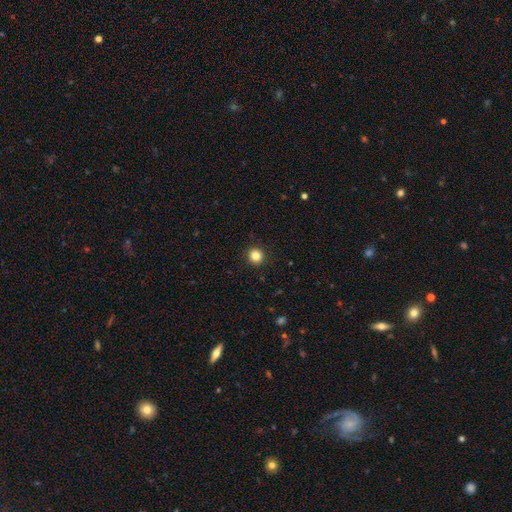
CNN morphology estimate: Smooth or featured?
  - smooth: 84% *
  - star or artifact: 11%
  - featured or disk: 5%
How rounded?
  - round: 91% *
  - in between: 8%
  - cigar-shaped: 1%
Merging?
  - none: 93% *
  - minor disturbance: 5%
  - major disturbance: 2%
  - merger: 1%